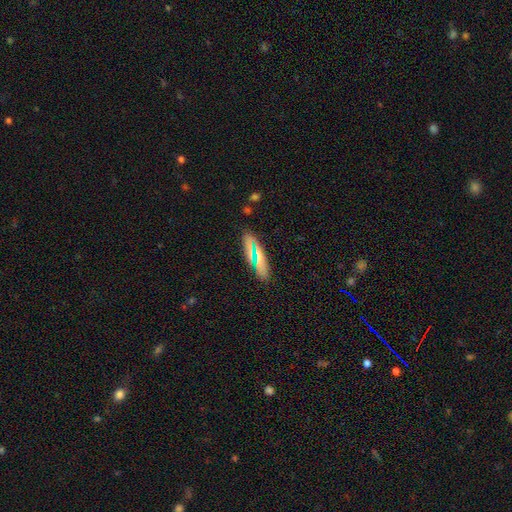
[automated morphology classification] Smooth or featured? Predicted: smooth (p=0.67). How rounded? Predicted: in between (p=0.56). Merging? Predicted: none (p=0.84).